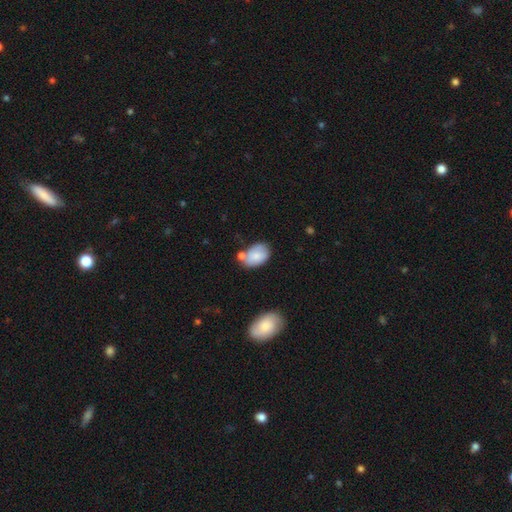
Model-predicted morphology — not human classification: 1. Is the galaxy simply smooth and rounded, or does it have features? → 77% smooth, 16% featured or disk, 7% star or artifact.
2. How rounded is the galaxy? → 87% in between, 12% round, 1% cigar-shaped.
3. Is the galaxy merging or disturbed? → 51% none, 23% minor disturbance, 21% merger, 6% major disturbance.